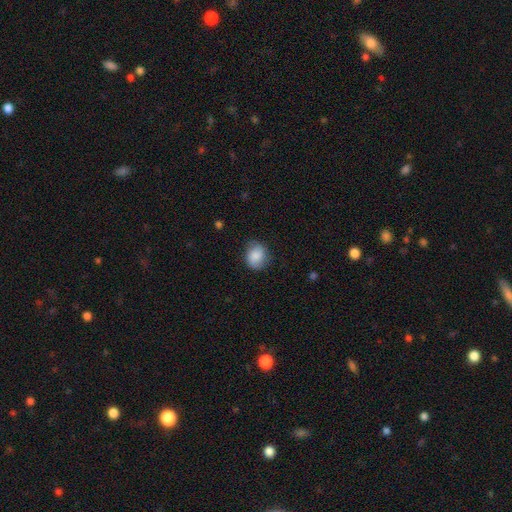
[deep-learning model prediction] This appears to be a smooth galaxy with no disk features (81%) that is round (61%). Merging: none (75%).